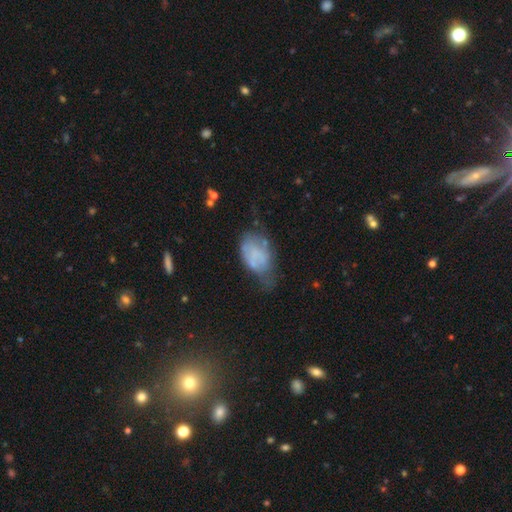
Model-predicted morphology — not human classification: Smooth or featured: smooth — 54% (featured or disk — 36%)
How rounded: in between — 89% (round — 9%)
Merging: minor disturbance — 37% (none — 28%)